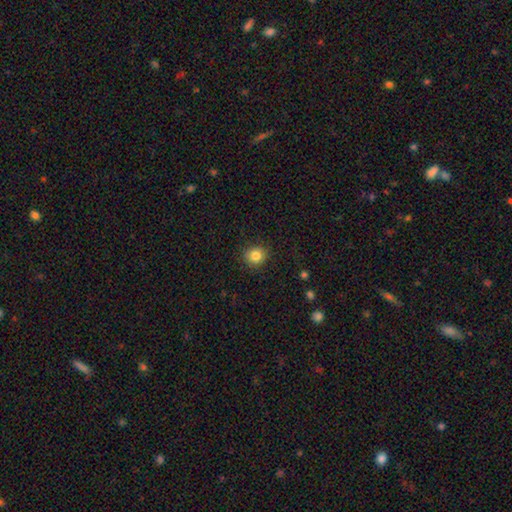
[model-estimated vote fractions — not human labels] smooth-or-featured: smooth: 84% | star or artifact: 10% | featured or disk: 6%
  how-rounded: round: 83% | in between: 16% | cigar-shaped: 1%
  merging: none: 89% | minor disturbance: 8% | major disturbance: 2% | merger: 1%